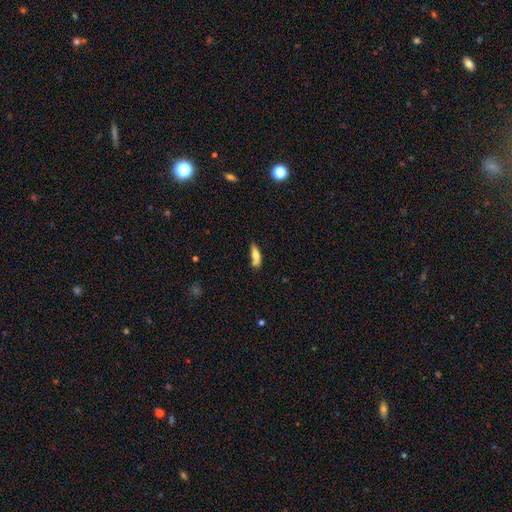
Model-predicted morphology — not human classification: This is likely a smooth galaxy (68%). How rounded: possibly in between (50%). Merging: possibly none (51%).